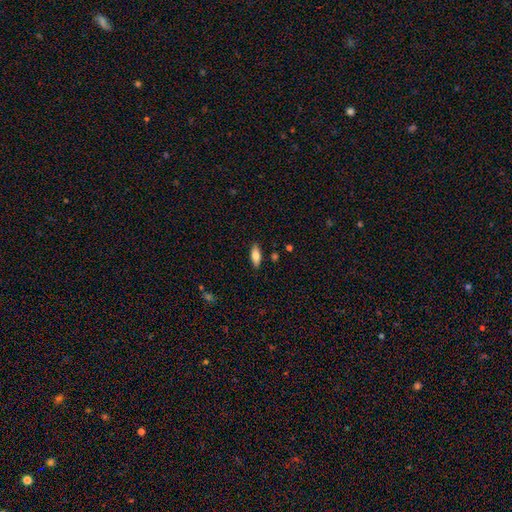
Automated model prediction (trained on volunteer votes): Smooth or featured?
  - smooth: 75% *
  - featured or disk: 18%
  - star or artifact: 7%
How rounded?
  - in between: 74% *
  - cigar-shaped: 23%
  - round: 2%
Merging?
  - none: 86% *
  - minor disturbance: 10%
  - major disturbance: 2%
  - merger: 2%